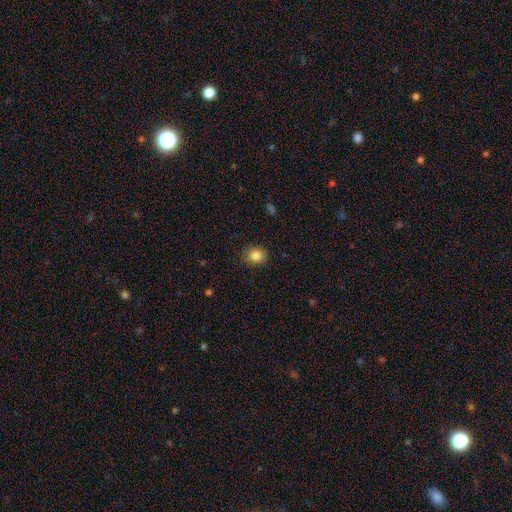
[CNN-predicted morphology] The model was most divided on "how rounded": round: 77%, in between: 23%, cigar-shaped: 1%. More confident: merging — none (87%); smooth or featured — smooth (85%).